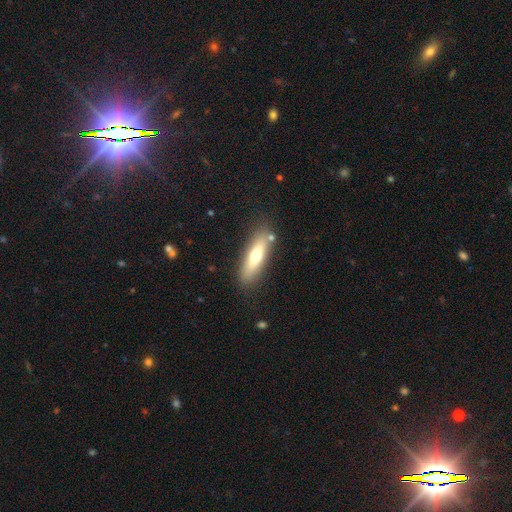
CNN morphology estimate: This is likely a smooth galaxy (65%). How rounded: possibly cigar-shaped (58%). Merging: clearly none (82%).